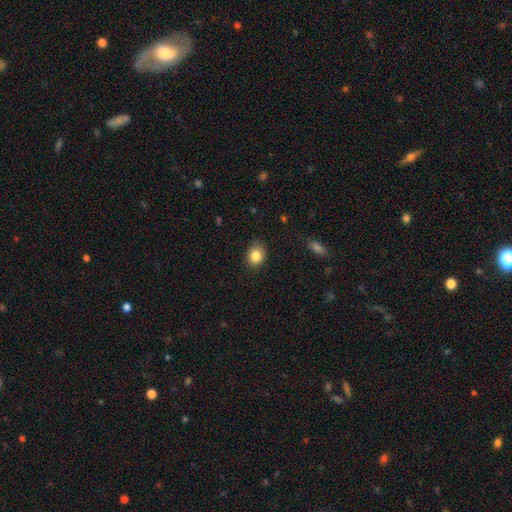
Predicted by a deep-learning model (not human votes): A smooth galaxy with no disk features (84%) that is in between round and cigar-shaped (51%).

Vote fractions:
- Smooth or featured? smooth: 84% / star or artifact: 9% / featured or disk: 6%
- How rounded? in between: 51% / round: 48% / cigar-shaped: 1%
- Merging? none: 85% / minor disturbance: 11% / major disturbance: 2% / merger: 1%